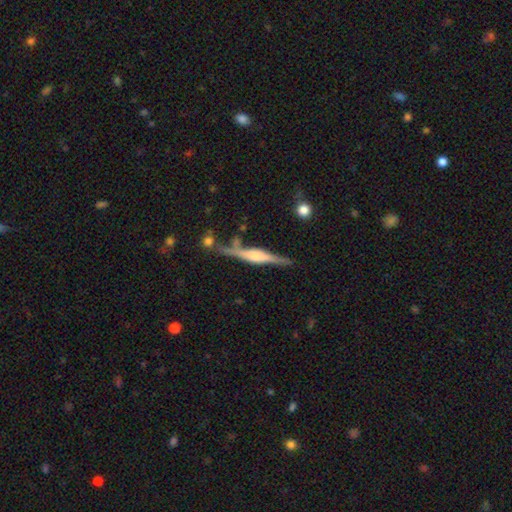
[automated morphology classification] Smooth or featured: featured or disk — 74% (smooth — 20%)
Edge-on disk: yes — 95% (no — 5%)
Edge-on bulge: rounded — 57% (boxy — 34%)
Merging: none — 67% (minor disturbance — 18%)